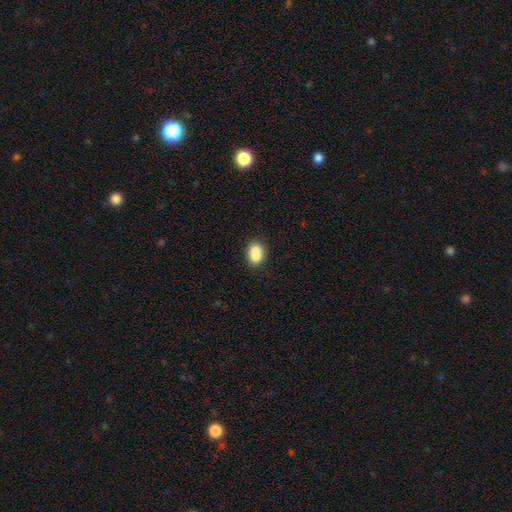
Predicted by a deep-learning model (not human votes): Overall: smooth (83%). How rounded: in between (77%). Merging: none (66%).